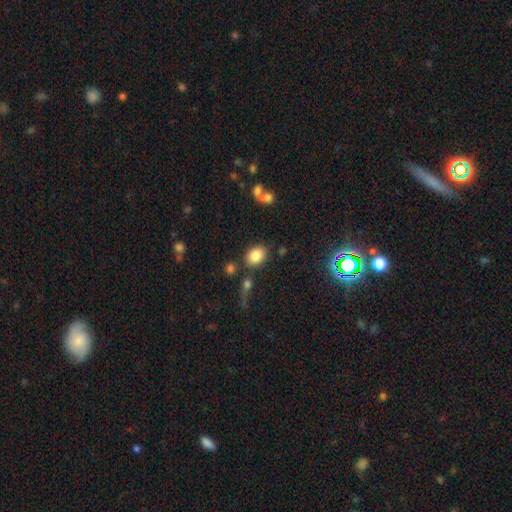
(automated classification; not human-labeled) Q: Smooth or featured?
A: smooth (83%); runner-up: star or artifact (9%)
Q: How rounded?
A: in between (64%); runner-up: round (35%)
Q: Merging?
A: none (76%); runner-up: minor disturbance (11%)